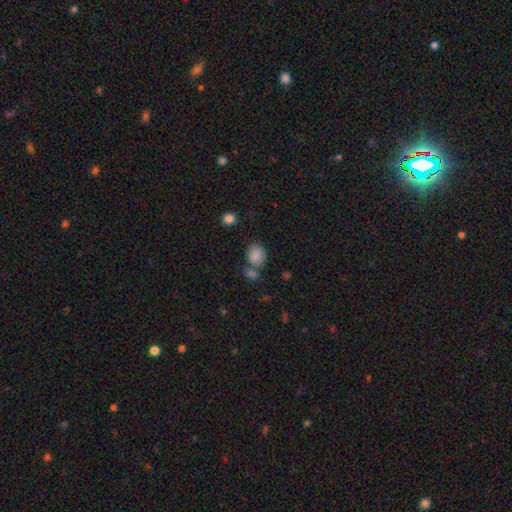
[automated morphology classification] Q: Smooth or featured?
A: smooth (86%); runner-up: star or artifact (9%)
Q: How rounded?
A: round (51%); runner-up: in between (48%)
Q: Merging?
A: none (58%); runner-up: merger (22%)